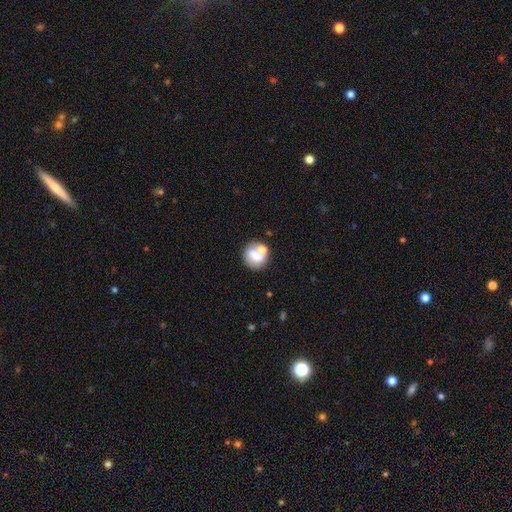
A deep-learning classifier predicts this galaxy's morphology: This appears to be a smooth galaxy with no disk features (63%) that is round (75%). Merging: none (48%).